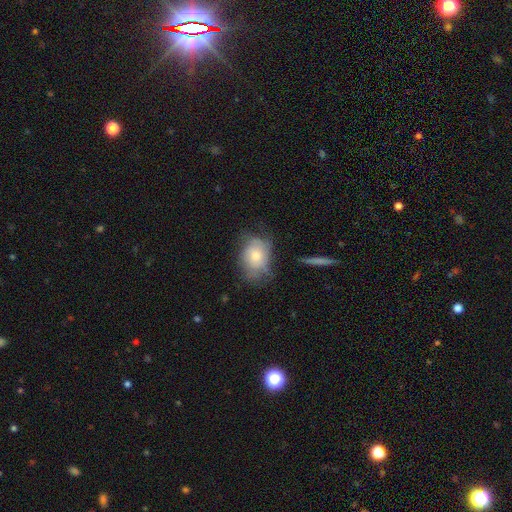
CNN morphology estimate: A smooth galaxy with no disk features (62%) that is in between round and cigar-shaped (68%).

Vote fractions:
- Smooth or featured? smooth: 62% / featured or disk: 30% / star or artifact: 8%
- How rounded? in between: 68% / round: 31% / cigar-shaped: 1%
- Merging? none: 50% / minor disturbance: 31% / major disturbance: 16% / merger: 3%